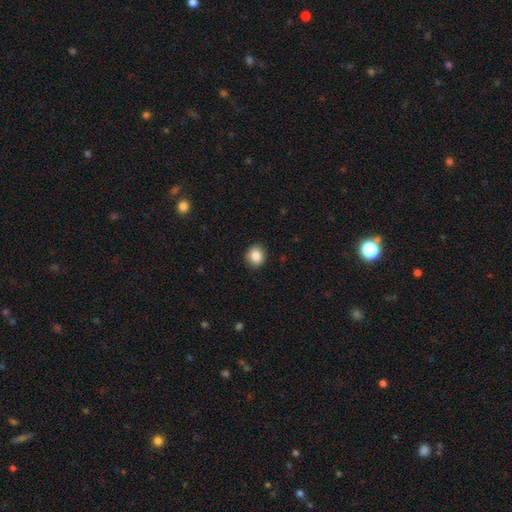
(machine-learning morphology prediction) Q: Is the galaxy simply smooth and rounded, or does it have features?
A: smooth — 87%.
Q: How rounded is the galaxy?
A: round — 72%.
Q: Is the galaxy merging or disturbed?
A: none — 90%.